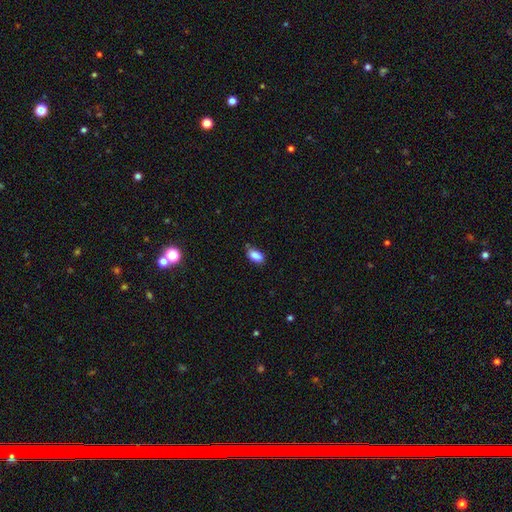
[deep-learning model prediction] Smooth or featured: smooth — 85% (star or artifact — 9%)
How rounded: in between — 89% (cigar-shaped — 6%)
Merging: none — 66% (minor disturbance — 24%)